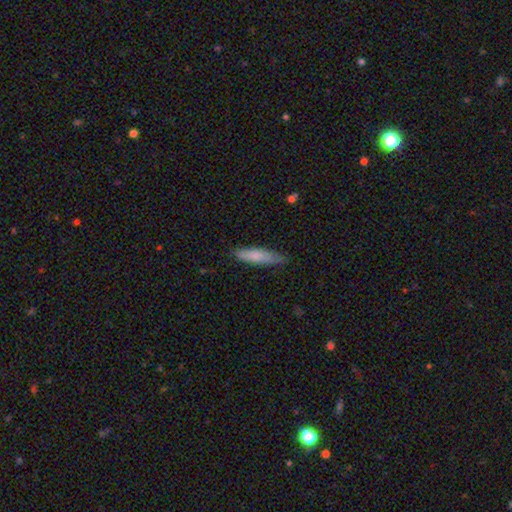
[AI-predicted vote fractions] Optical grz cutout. It shows a smooth galaxy with no disk features (77%) that is cigar-shaped (76%). Merging: none (81%).